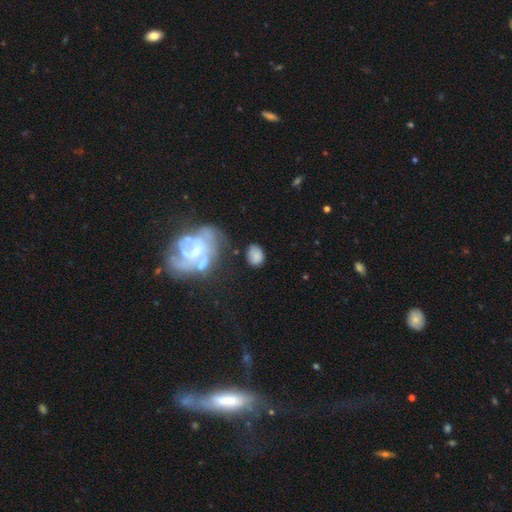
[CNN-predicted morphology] This is likely a smooth galaxy (71%). How rounded: likely in between (67%). Merging: possibly none (60%).